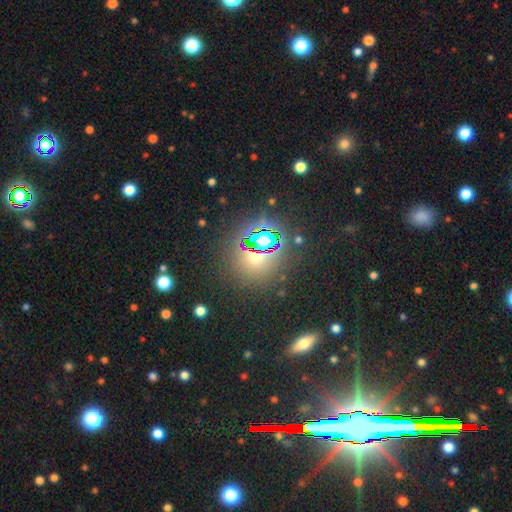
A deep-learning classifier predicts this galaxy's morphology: This is likely a star or artifact rather than a galaxy (62%).